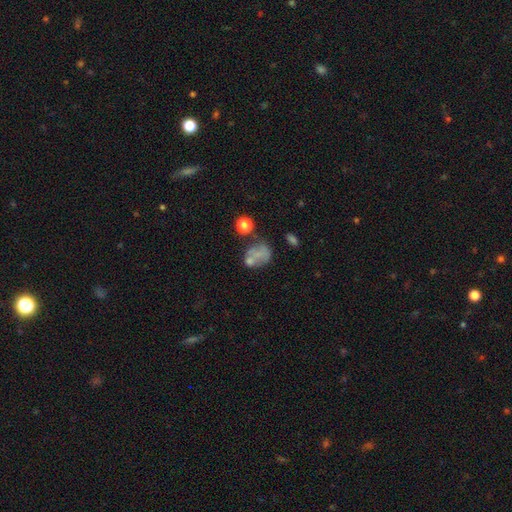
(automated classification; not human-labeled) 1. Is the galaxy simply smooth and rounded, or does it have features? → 52% smooth, 33% featured or disk, 15% star or artifact.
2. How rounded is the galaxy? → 50% in between, 49% round, 1% cigar-shaped.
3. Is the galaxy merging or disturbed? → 36% none, 23% merger, 21% minor disturbance, 20% major disturbance.